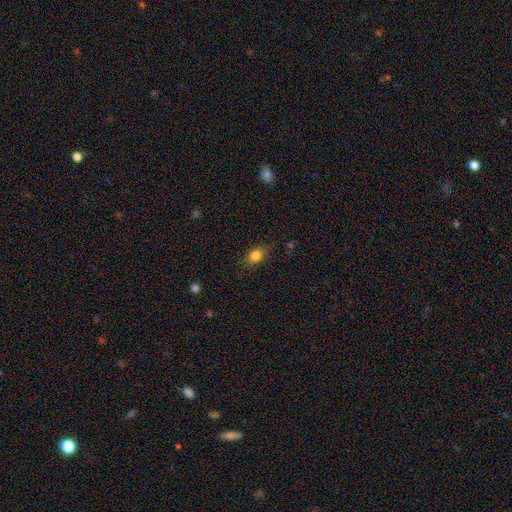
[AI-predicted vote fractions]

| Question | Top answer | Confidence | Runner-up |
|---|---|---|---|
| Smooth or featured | smooth | 82% | star or artifact (11%) |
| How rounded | in between | 56% | round (42%) |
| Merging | none | 81% | minor disturbance (14%) |